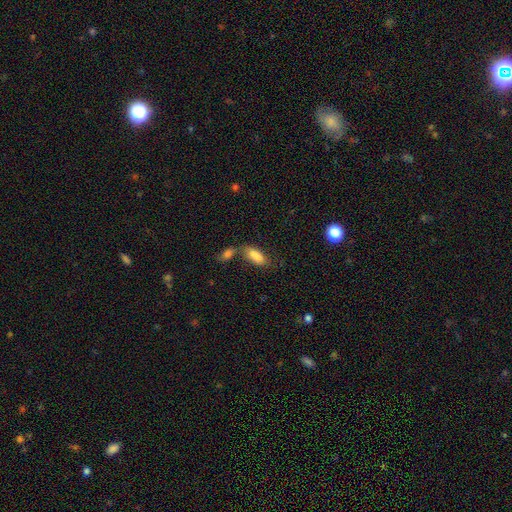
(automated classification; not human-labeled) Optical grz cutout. It shows a smooth galaxy with no disk features (80%) that is in between round and cigar-shaped (86%). Merging: merger (45%).